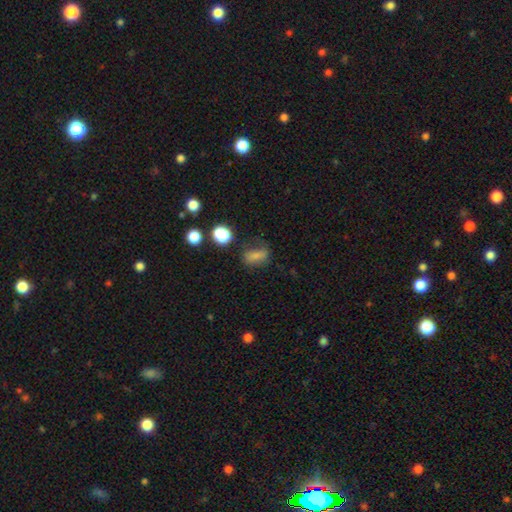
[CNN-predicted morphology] type=smooth (70%); roundness=in between (73%); merging=none (57%).